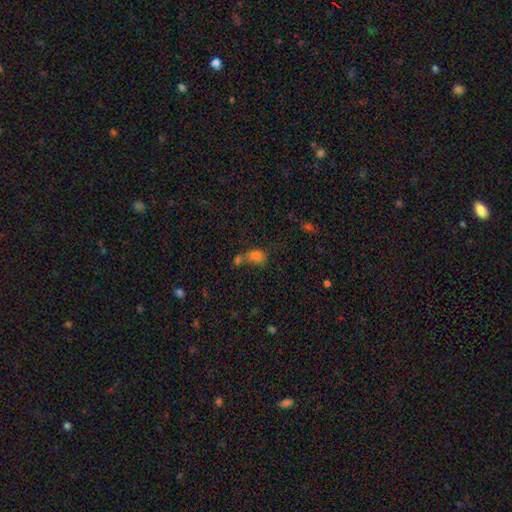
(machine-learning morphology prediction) Smooth or featured: smooth — 76% (star or artifact — 14%)
How rounded: in between — 62% (round — 36%)
Merging: merger — 47% (none — 31%)